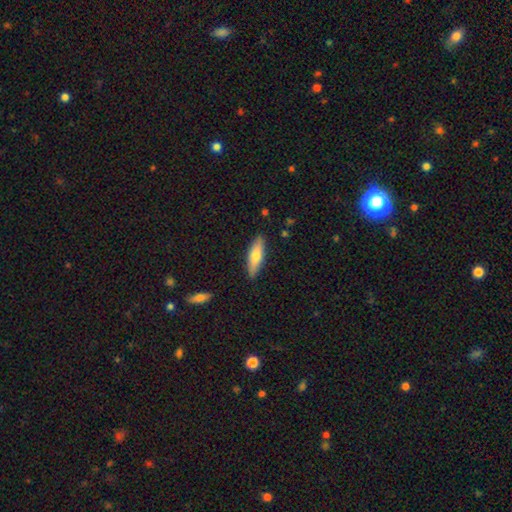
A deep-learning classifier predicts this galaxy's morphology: Overall: smooth (68%). How rounded: cigar-shaped (61%; in between 37%). Merging: none (88%).